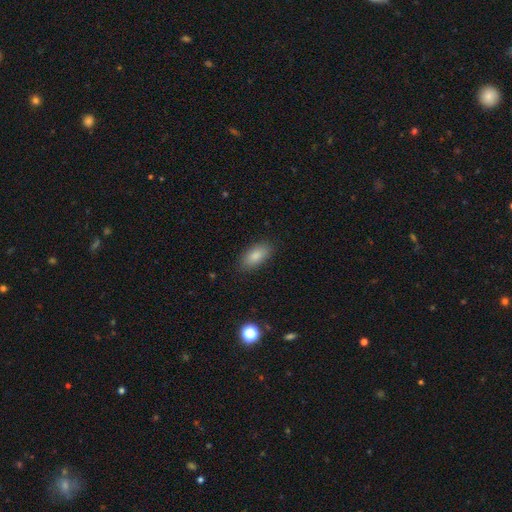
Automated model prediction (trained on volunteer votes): Smooth or featured? Predicted: smooth (p=0.85). How rounded? Predicted: in between (p=0.90). Merging? Predicted: none (p=0.86).